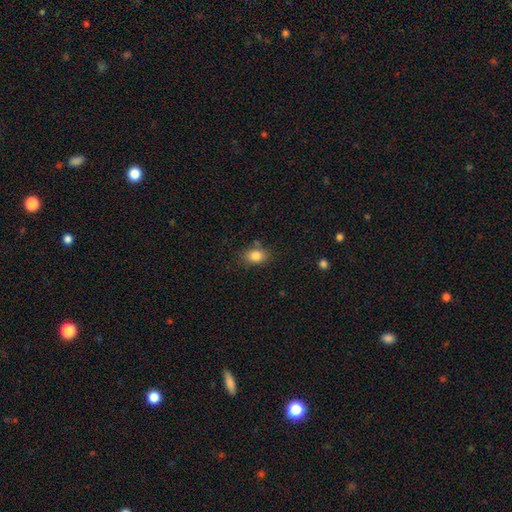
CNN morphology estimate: A smooth galaxy with no disk features (84%) that is in between round and cigar-shaped (68%).

Vote fractions:
- Smooth or featured? smooth: 84% / star or artifact: 10% / featured or disk: 6%
- How rounded? in between: 68% / round: 31% / cigar-shaped: 1%
- Merging? none: 75% / minor disturbance: 16% / merger: 5% / major disturbance: 4%